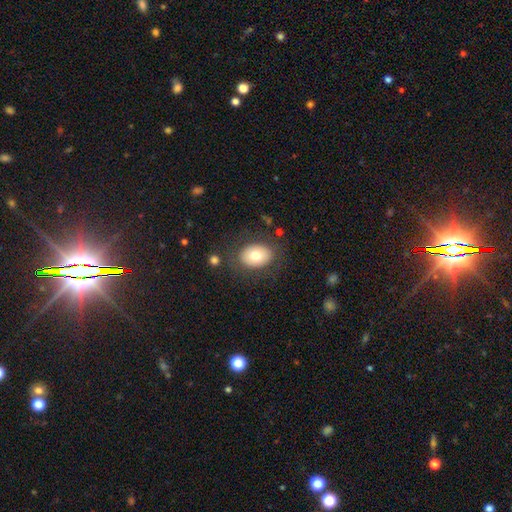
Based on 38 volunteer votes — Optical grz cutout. It shows a smooth galaxy with no disk features (84%) that is in between round and cigar-shaped (72%). Merging: none (89%).